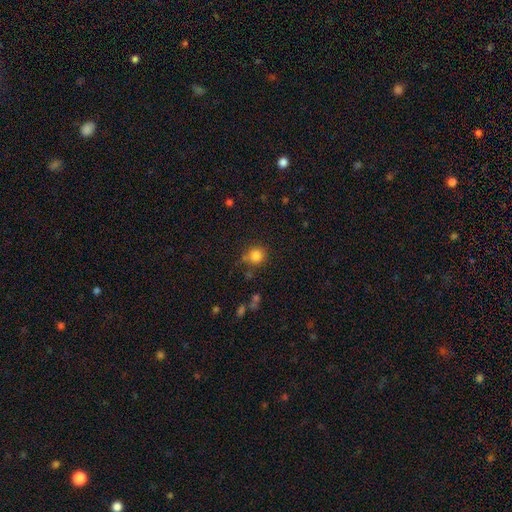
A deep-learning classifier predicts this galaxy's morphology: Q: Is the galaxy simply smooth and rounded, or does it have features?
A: smooth — 83%.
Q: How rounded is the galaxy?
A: round — 88%.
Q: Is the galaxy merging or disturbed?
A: none — 73%.